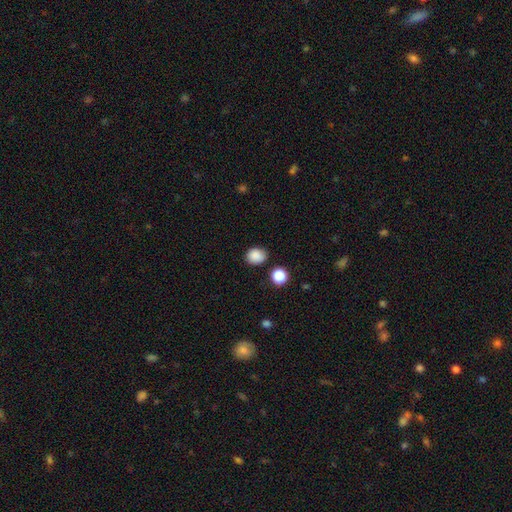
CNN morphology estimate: Smooth or featured?
  - smooth: 87% *
  - star or artifact: 10%
  - featured or disk: 3%
How rounded?
  - round: 59% *
  - in between: 40%
  - cigar-shaped: 1%
Merging?
  - none: 81% *
  - minor disturbance: 13%
  - merger: 3%
  - major disturbance: 3%